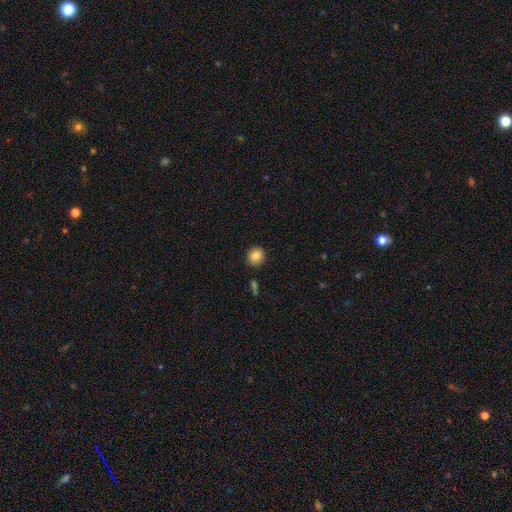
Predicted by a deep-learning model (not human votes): This is clearly a smooth galaxy (84%). How rounded: clearly round (85%). Merging: clearly none (89%).